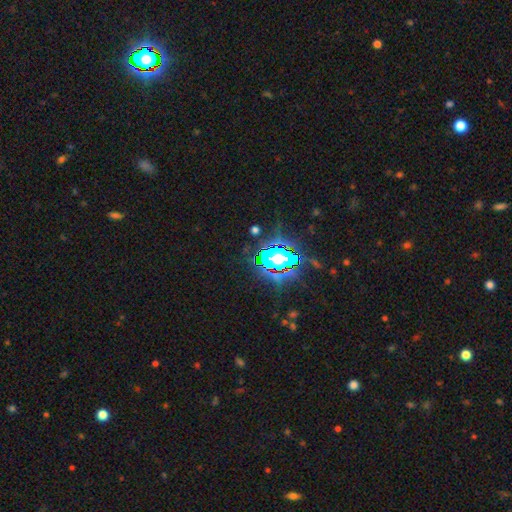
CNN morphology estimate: Smooth or featured?
  - star or artifact: 84% *
  - smooth: 8%
  - featured or disk: 7%